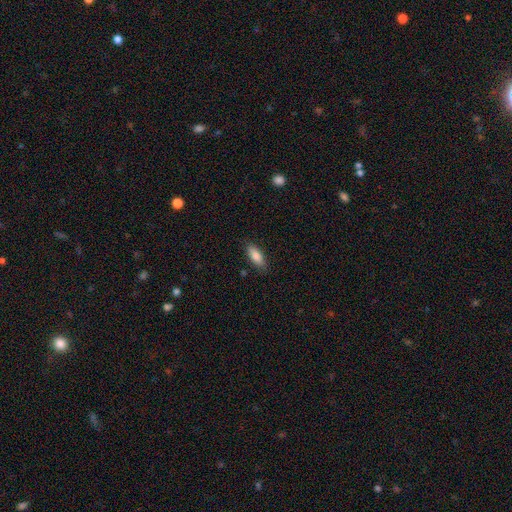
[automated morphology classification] Q: Smooth or featured?
A: smooth (84%); runner-up: featured or disk (9%)
Q: How rounded?
A: in between (73%); runner-up: cigar-shaped (25%)
Q: Merging?
A: none (85%); runner-up: minor disturbance (11%)